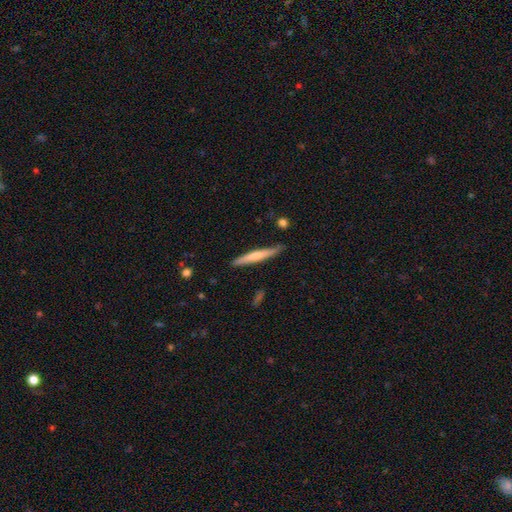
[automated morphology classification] A smooth galaxy with no disk features (58%) that is cigar-shaped (94%).

Vote fractions:
- Smooth or featured? smooth: 58% / featured or disk: 37% / star or artifact: 5%
- How rounded? cigar-shaped: 94% / in between: 5% / round: 1%
- Merging? none: 81% / minor disturbance: 15% / major disturbance: 2% / merger: 2%